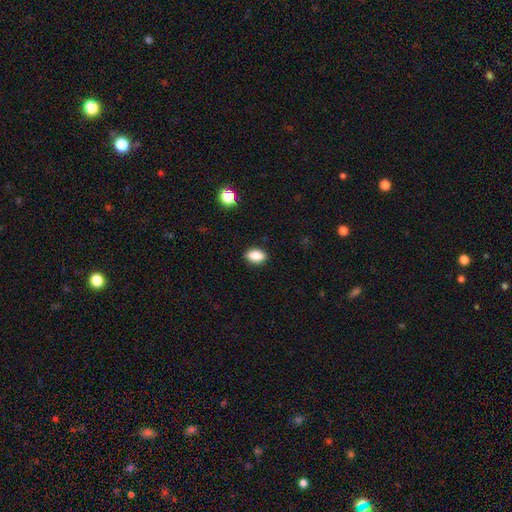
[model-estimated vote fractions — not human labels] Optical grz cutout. It shows a smooth galaxy with no disk features (86%) that is in between round and cigar-shaped (86%). Merging: none (88%).